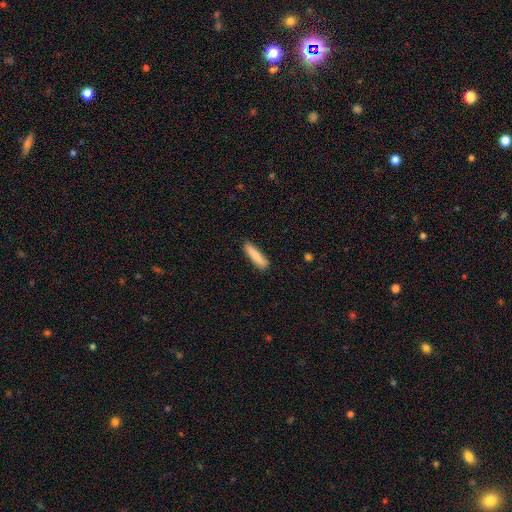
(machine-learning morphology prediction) This is clearly a smooth galaxy (81%). How rounded: likely cigar-shaped (79%). Merging: clearly none (87%).